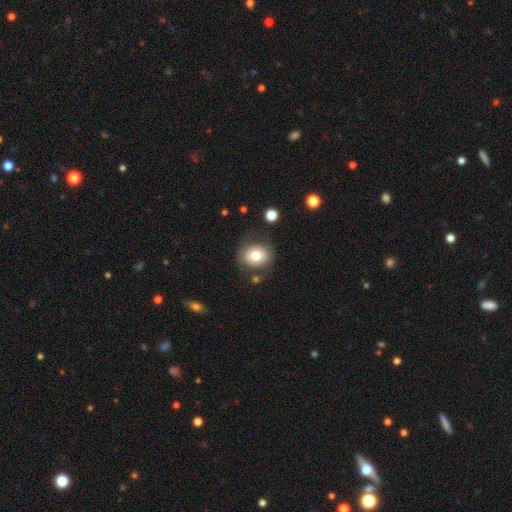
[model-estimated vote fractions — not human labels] Smooth or featured? smooth (72%)
How rounded? round (74%)
Merging? none (74%)